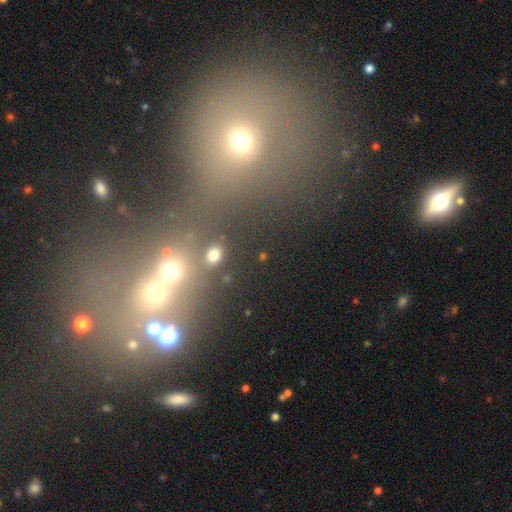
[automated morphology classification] A smooth galaxy with no disk features (47%).

Vote fractions:
- Smooth or featured? smooth: 47% / star or artifact: 39% / featured or disk: 15%
- Merging? merger: 51% / none: 33% / minor disturbance: 8% / major disturbance: 7%